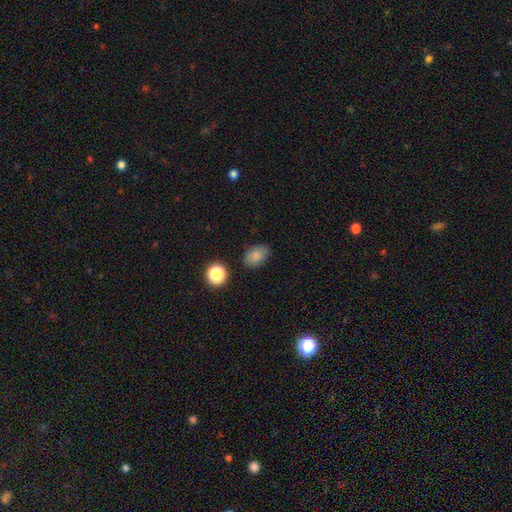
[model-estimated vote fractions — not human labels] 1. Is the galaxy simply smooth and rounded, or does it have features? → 83% smooth, 10% star or artifact, 7% featured or disk.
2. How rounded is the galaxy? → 80% in between, 19% round, 1% cigar-shaped.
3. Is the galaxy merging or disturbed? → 78% none, 16% minor disturbance, 4% major disturbance, 3% merger.